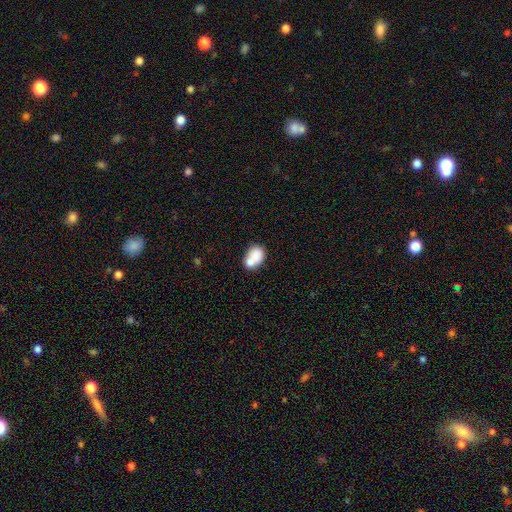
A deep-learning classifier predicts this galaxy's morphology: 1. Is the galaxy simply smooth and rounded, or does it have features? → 77% smooth, 14% featured or disk, 9% star or artifact.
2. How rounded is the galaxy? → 73% in between, 25% round, 1% cigar-shaped.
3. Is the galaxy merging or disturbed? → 41% merger, 39% none, 14% minor disturbance, 5% major disturbance.